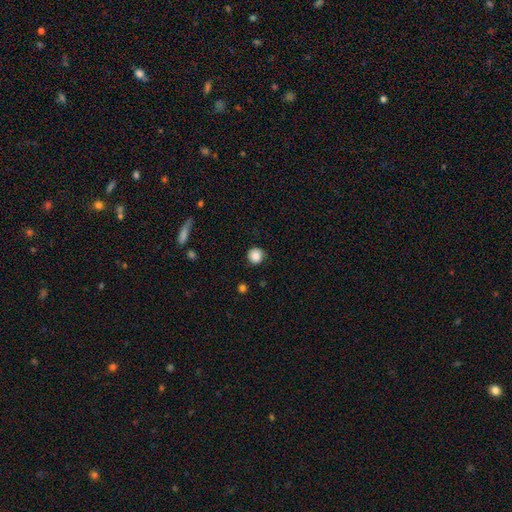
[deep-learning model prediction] smooth_or_featured: smooth (p=0.85) [alt: star or artifact p=0.09]
how_rounded: round (p=0.93) [alt: in between p=0.06]
merging: none (p=0.85) [alt: minor disturbance p=0.11]